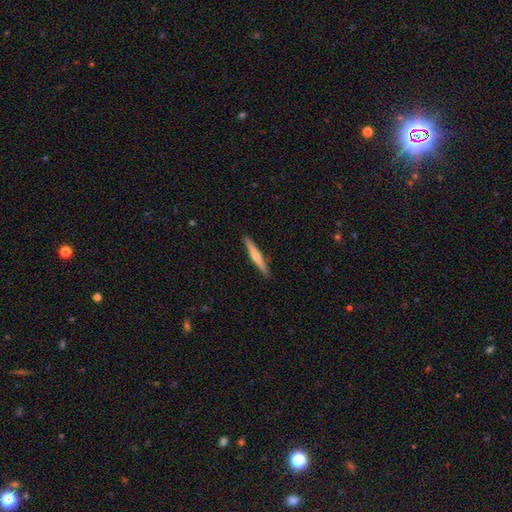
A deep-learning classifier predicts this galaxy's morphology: A featured or disk galaxy (57%) viewed edge-on (97%) with a rounded central bulge (76%).

Vote fractions:
- Smooth or featured? featured or disk: 57% / smooth: 38% / star or artifact: 5%
- Edge-on disk? yes: 97% / no: 3%
- Edge-on bulge? rounded: 76% / none: 18% / boxy: 6%
- Merging? none: 92% / minor disturbance: 6% / major disturbance: 1% / merger: 1%